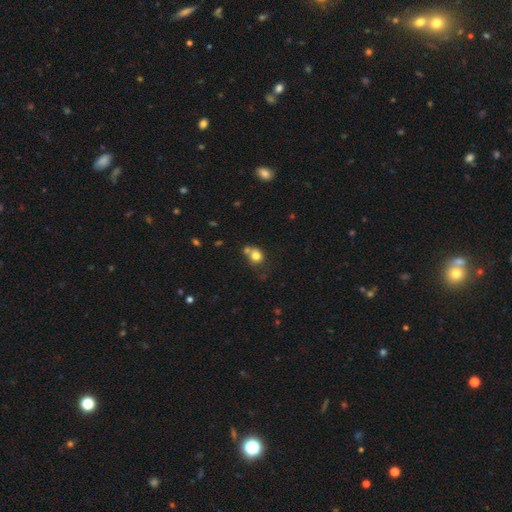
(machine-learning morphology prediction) Smooth or featured? smooth (77%)
How rounded? round (77%)
Merging? none (47%)